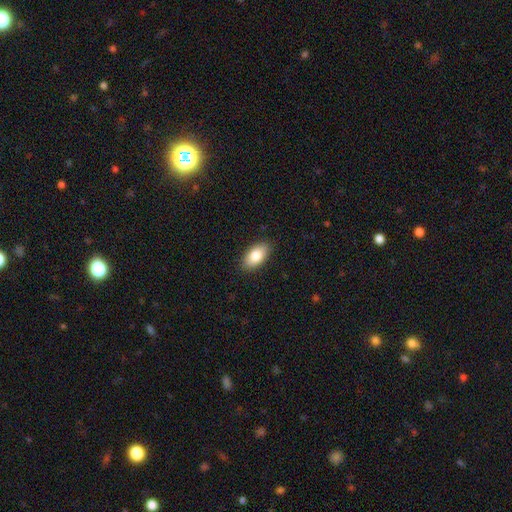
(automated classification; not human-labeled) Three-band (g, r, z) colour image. It shows a smooth galaxy with no disk features (83%) that is in between round and cigar-shaped (93%). Merging: none (89%).